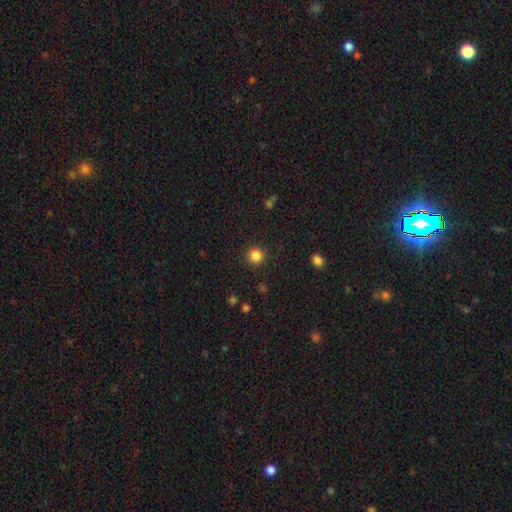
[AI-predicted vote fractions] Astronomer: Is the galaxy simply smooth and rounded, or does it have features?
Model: smooth — 86%.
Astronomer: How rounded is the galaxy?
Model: round — 93%.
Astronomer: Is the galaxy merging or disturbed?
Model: none — 89%.